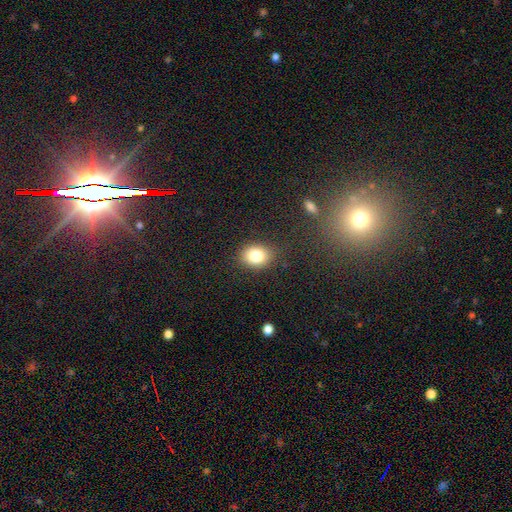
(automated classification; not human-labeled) smooth 82%, star or artifact 10%, featured or disk 8%. Down the decision tree: how rounded — in between (55%); merging — none (85%).